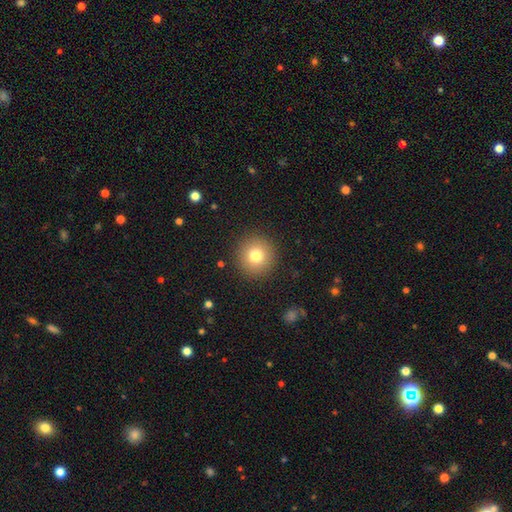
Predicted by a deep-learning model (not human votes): smooth-or-featured: smooth: 78% | star or artifact: 12% | featured or disk: 11%
  how-rounded: round: 95% | in between: 4% | cigar-shaped: 1%
  merging: none: 91% | minor disturbance: 6% | major disturbance: 2% | merger: 1%